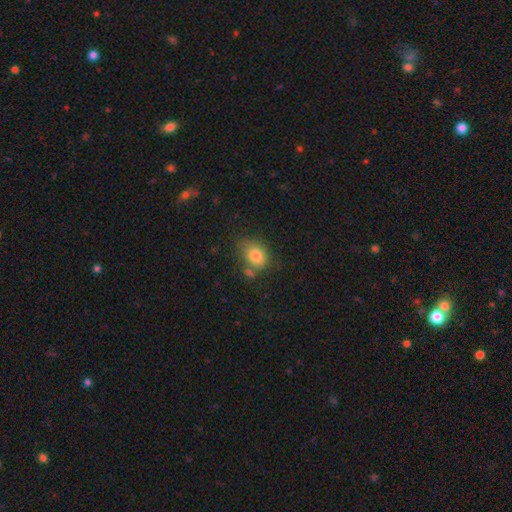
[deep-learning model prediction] Smooth or featured? Predicted: smooth (p=0.81). How rounded? Predicted: in between (p=0.64). Merging? Predicted: none (p=0.59).